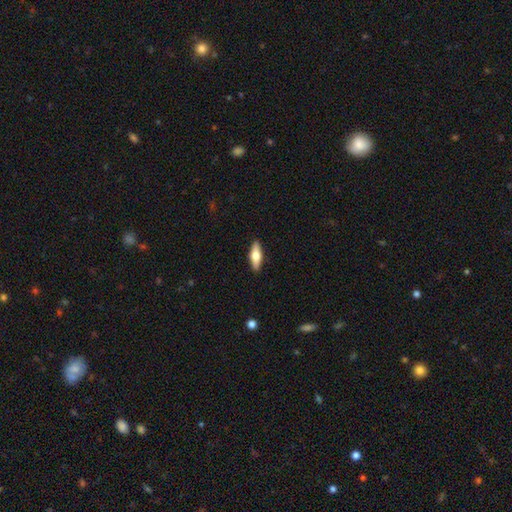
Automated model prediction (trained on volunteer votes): This appears to be a smooth galaxy with no disk features (51%) that is in between round and cigar-shaped (51%). Merging: none (90%).